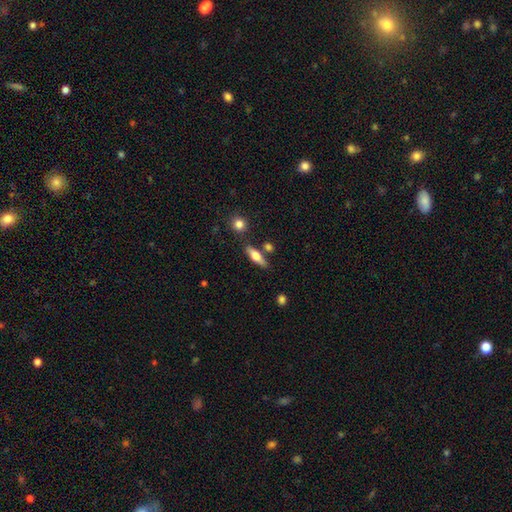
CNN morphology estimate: This is possibly a smooth galaxy (56%). How rounded: possibly cigar-shaped (50%). Merging: likely none (74%).